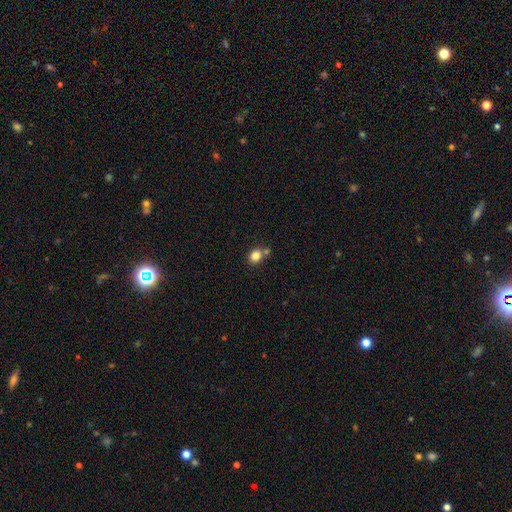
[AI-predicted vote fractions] Smooth or featured? smooth (82%)
How rounded? round (68%)
Merging? none (64%)